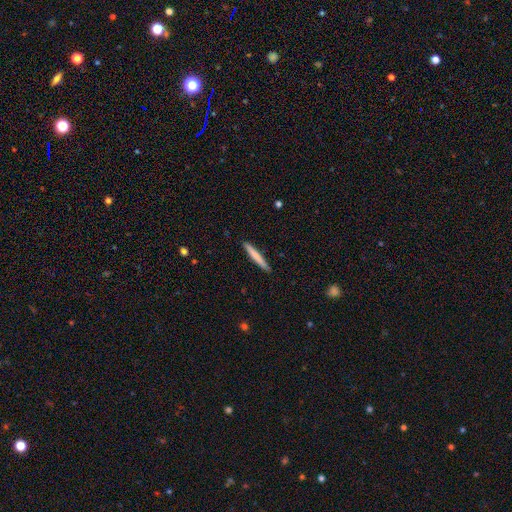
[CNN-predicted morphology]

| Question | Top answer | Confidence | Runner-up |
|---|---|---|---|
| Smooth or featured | smooth | 74% | featured or disk (21%) |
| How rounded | cigar-shaped | 96% | in between (3%) |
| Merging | none | 91% | minor disturbance (6%) |